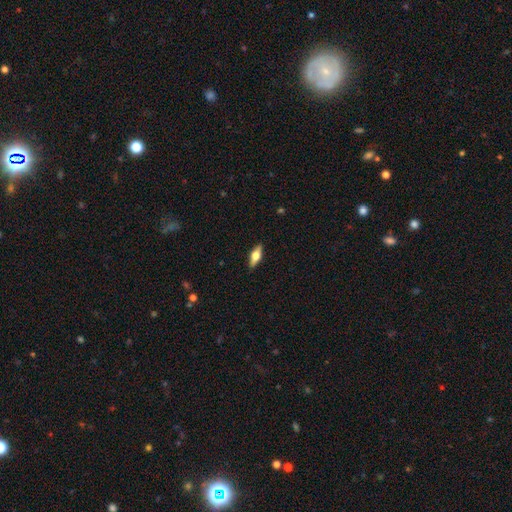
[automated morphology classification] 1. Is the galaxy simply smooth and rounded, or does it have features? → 50% featured or disk, 44% smooth, 6% star or artifact.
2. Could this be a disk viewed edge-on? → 91% yes, 9% no.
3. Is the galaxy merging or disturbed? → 89% none, 8% minor disturbance, 2% major disturbance, 1% merger.